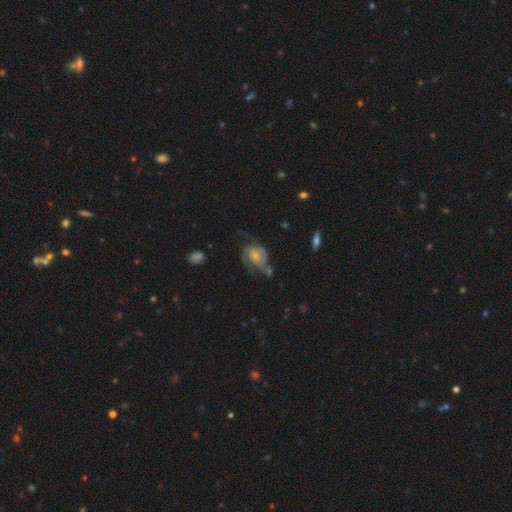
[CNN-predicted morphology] This is likely a featured or disk galaxy (74%). It is clearly not viewed edge-on (97%). Bar: likely no (68%). Spiral arm pattern: clearly yes (91%). Spiral arm count: likely 2 (64%). Spiral winding: marginally medium (44%). Central bulge: possibly small (45%). Merging: marginally none (42%).